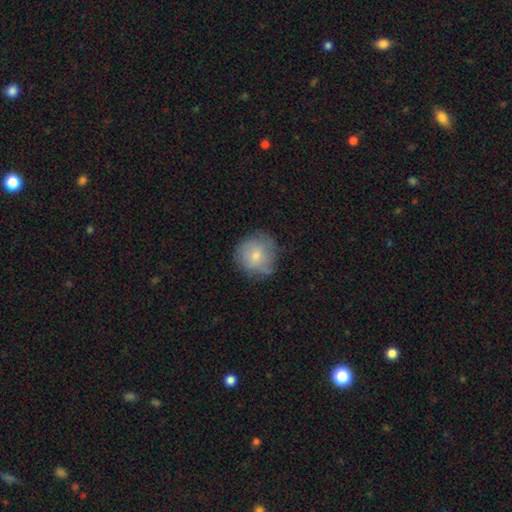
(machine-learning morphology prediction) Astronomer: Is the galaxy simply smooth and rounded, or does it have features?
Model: smooth — 71%.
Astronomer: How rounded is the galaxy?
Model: round — 90%.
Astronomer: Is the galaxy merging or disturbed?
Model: none — 67%.